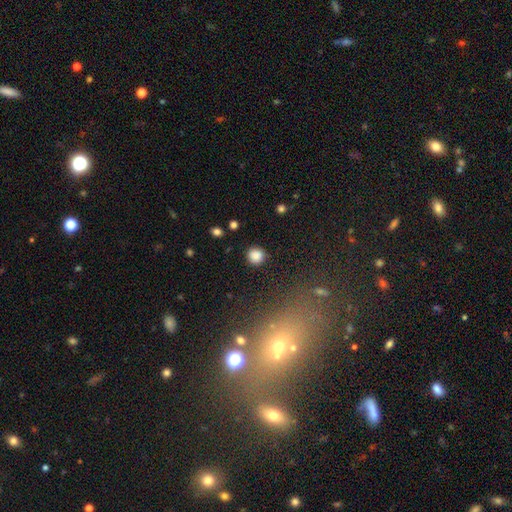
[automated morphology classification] Q: Smooth or featured?
A: smooth (85%); runner-up: star or artifact (11%)
Q: How rounded?
A: round (92%); runner-up: in between (7%)
Q: Merging?
A: none (87%); runner-up: minor disturbance (8%)